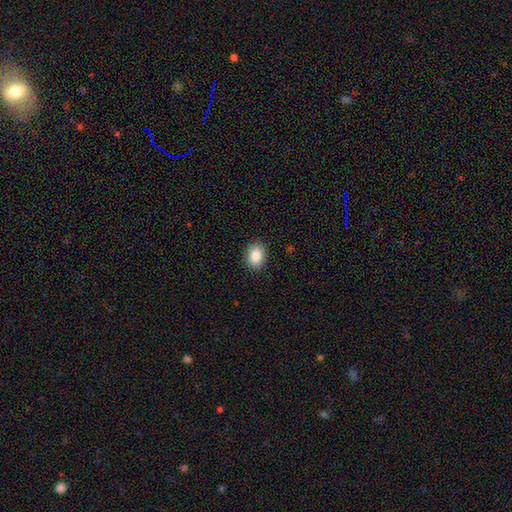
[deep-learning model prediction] A smooth galaxy with no disk features (87%) that is in between round and cigar-shaped (77%).

Vote fractions:
- Smooth or featured? smooth: 87% / star or artifact: 8% / featured or disk: 5%
- How rounded? in between: 77% / round: 22% / cigar-shaped: 1%
- Merging? none: 89% / minor disturbance: 8% / major disturbance: 2% / merger: 1%